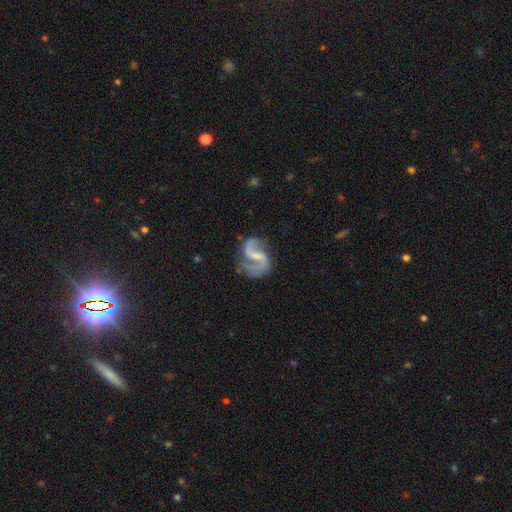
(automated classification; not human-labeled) smooth_or_featured: featured or disk (p=0.90) [alt: smooth p=0.05]
disk_edge_on: no (p=0.98) [alt: yes p=0.02]
bar: weak (p=0.51) [alt: strong p=0.29]
has_spiral_arms: yes (p=0.97) [alt: no p=0.03]
spiral_winding: loose (p=0.46) [tied with: medium p=0.46]
spiral_arm_count: 2 (p=0.92) [alt: 1 p=0.02]
bulge_size: none (p=0.40) [tied with: small p=0.40]
merging: none (p=0.68) [alt: minor disturbance p=0.18]